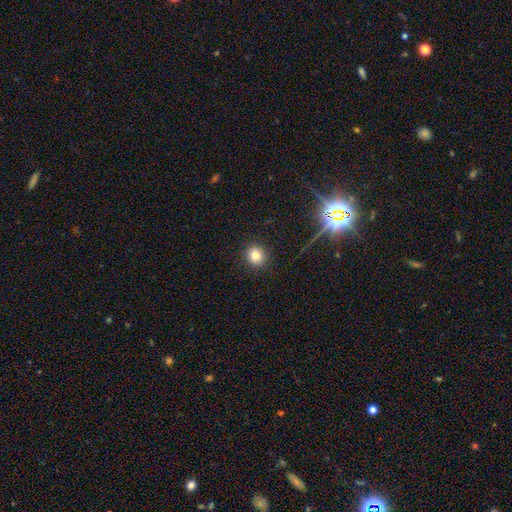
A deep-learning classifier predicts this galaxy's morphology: smooth 80%, star or artifact 13%, featured or disk 7%. Down the decision tree: how rounded — round (86%); merging — none (91%).